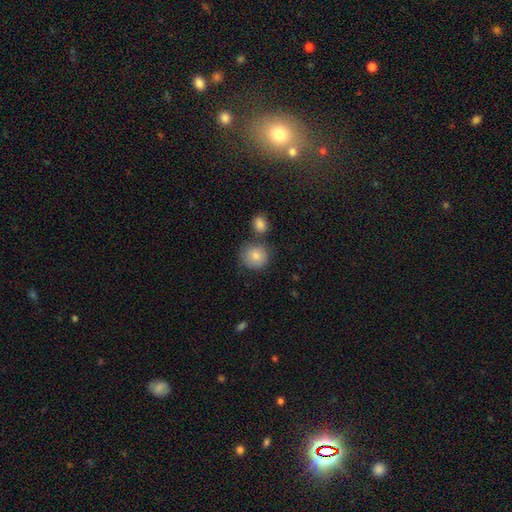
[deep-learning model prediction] smooth 83%, featured or disk 9%, star or artifact 8%. Down the decision tree: how rounded — round (86%); merging — none (65%).